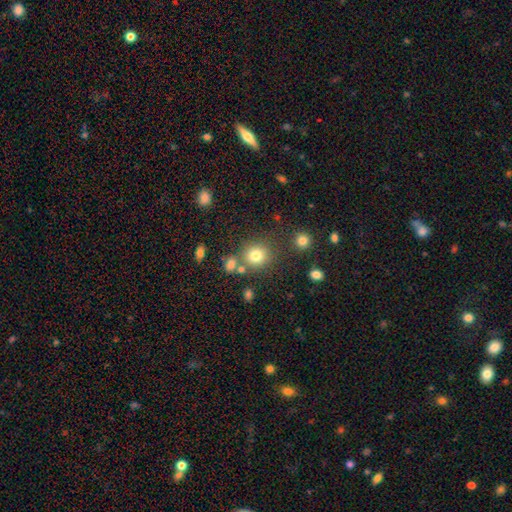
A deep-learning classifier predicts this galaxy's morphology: Q: Smooth or featured?
A: smooth (79%); runner-up: star or artifact (13%)
Q: How rounded?
A: round (88%); runner-up: in between (11%)
Q: Merging?
A: none (74%); runner-up: merger (12%)